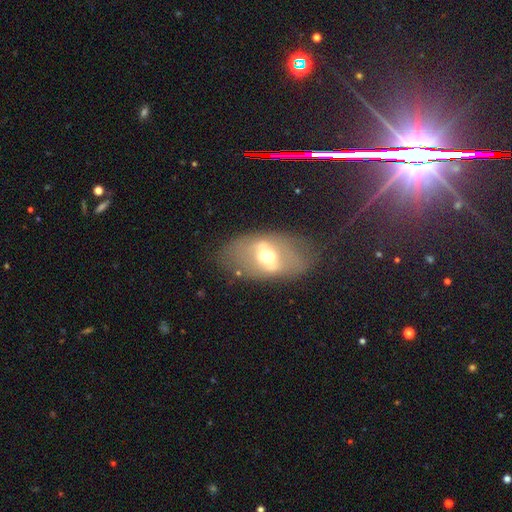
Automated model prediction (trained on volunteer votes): A featured or disk galaxy (50%).

Vote fractions:
- Smooth or featured? featured or disk: 50% / smooth: 25% / star or artifact: 25%
- Edge-on disk? no: 80% / yes: 20%
- Merging? none: 78% / minor disturbance: 13% / major disturbance: 7% / merger: 2%